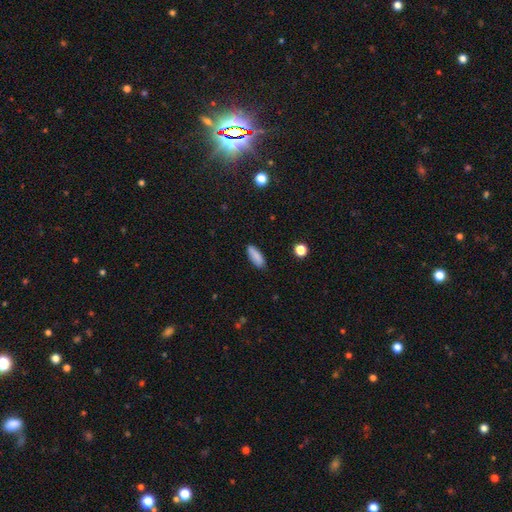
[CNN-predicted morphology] smooth 86%, star or artifact 7%, featured or disk 7%. Down the decision tree: how rounded — in between (64%); merging — none (84%).